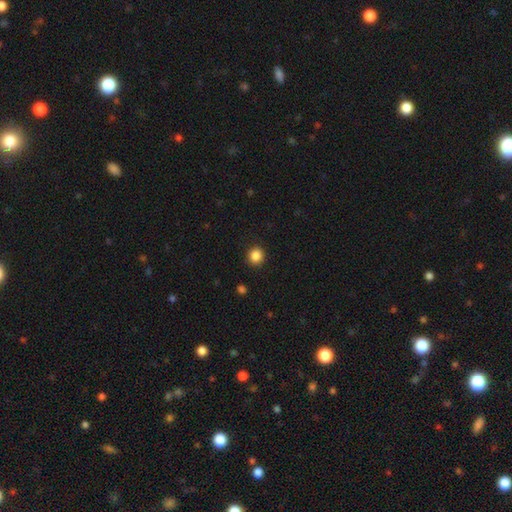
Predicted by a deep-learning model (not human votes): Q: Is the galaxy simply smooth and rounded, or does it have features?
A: smooth — 87%.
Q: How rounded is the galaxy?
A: round — 92%.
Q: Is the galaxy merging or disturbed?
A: none — 92%.